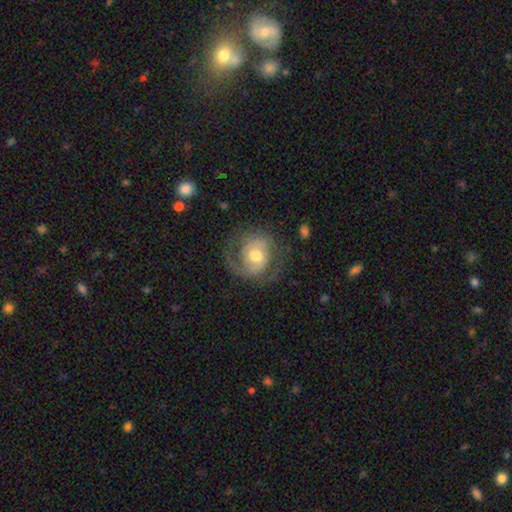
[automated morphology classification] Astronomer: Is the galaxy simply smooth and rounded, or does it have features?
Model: featured or disk — 69%.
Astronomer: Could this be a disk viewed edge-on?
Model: no — 97%.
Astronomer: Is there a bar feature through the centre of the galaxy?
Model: no — 59%.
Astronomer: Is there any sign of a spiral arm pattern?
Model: yes — 84%.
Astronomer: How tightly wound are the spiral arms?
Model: medium — 45% (runner-up: tight, 31%).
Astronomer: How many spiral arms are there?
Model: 2 — 64%.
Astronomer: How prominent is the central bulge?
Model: moderate — 71%.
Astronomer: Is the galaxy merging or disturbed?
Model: none — 60%.